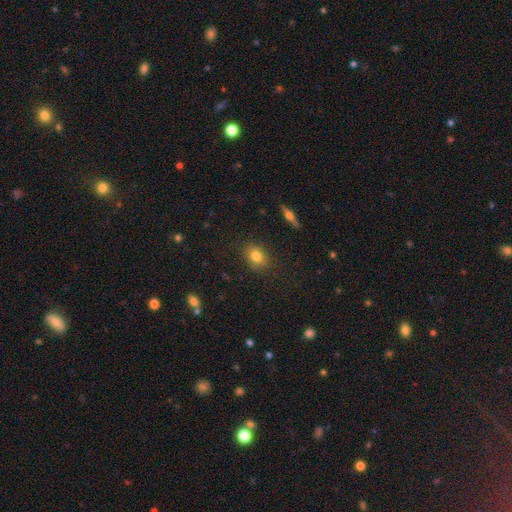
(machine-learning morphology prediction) A smooth galaxy with no disk features (79%) that is in between round and cigar-shaped (58%). Merging: none (83%).